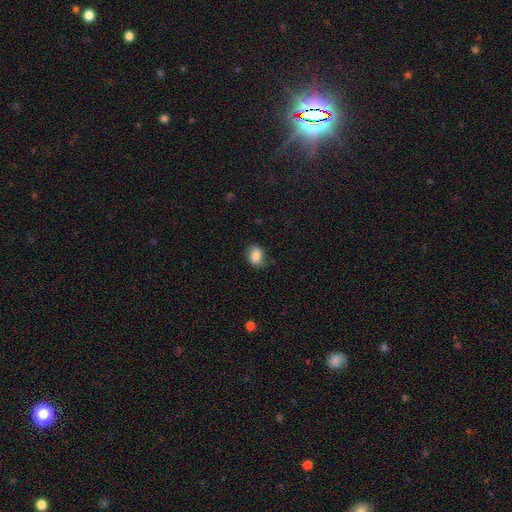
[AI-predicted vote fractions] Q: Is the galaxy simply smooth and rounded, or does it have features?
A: smooth — 84%.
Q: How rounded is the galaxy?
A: in between — 60%.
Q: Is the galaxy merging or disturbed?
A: none — 73%.